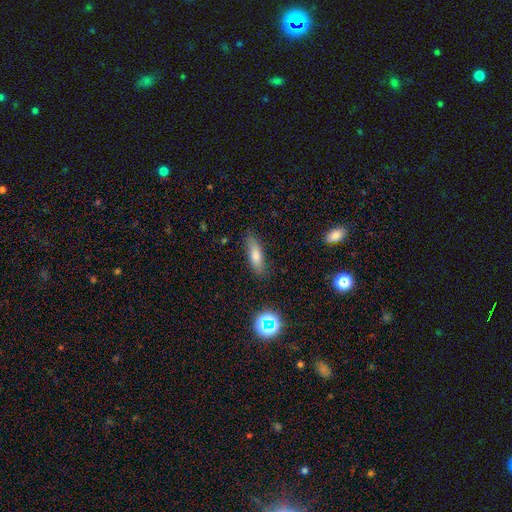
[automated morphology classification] smooth-or-featured: smooth: 70% | featured or disk: 20% | star or artifact: 10%
  how-rounded: cigar-shaped: 54% | in between: 43% | round: 3%
  merging: none: 84% | minor disturbance: 12% | major disturbance: 3% | merger: 2%